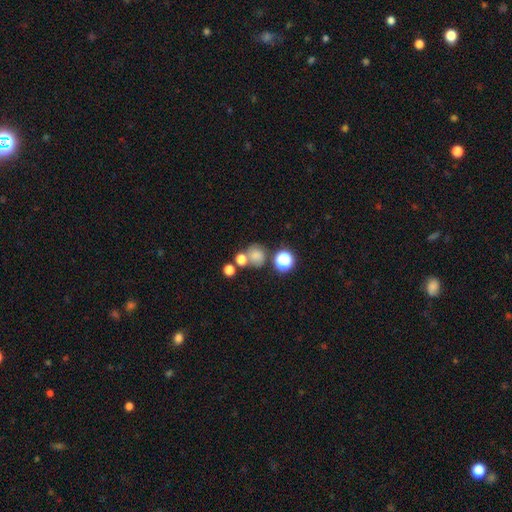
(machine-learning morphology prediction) Smooth or featured?
  - smooth: 72% *
  - star or artifact: 17%
  - featured or disk: 11%
How rounded?
  - round: 82% *
  - in between: 17%
  - cigar-shaped: 1%
Merging?
  - none: 52% *
  - merger: 28%
  - minor disturbance: 13%
  - major disturbance: 7%